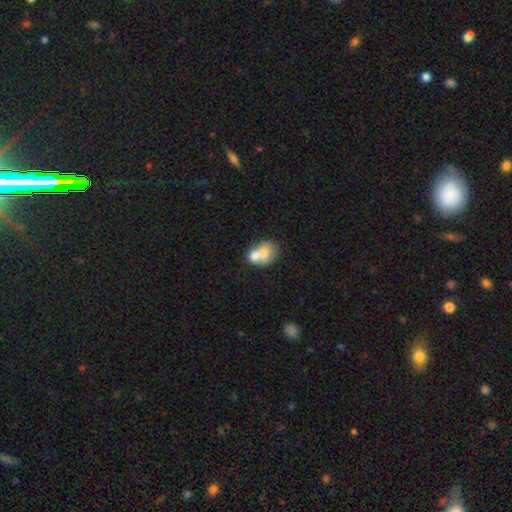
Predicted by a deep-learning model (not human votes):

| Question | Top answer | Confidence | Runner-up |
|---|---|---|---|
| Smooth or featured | smooth | 68% | featured or disk (24%) |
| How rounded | in between | 57% | round (42%) |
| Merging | merger | 64% | none (22%) |